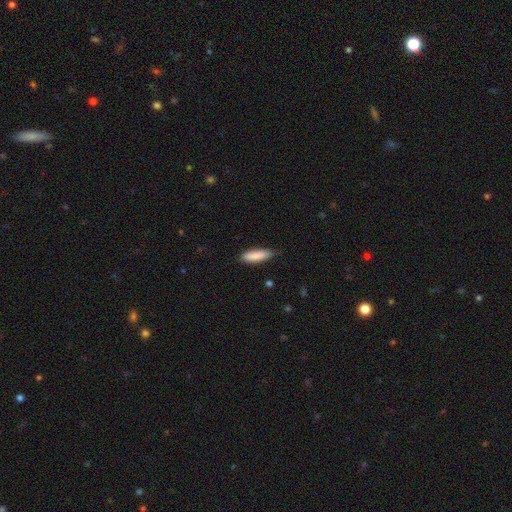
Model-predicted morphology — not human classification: smooth 87%, featured or disk 7%, star or artifact 6%. Down the decision tree: how rounded — cigar-shaped (57%); merging — none (80%).